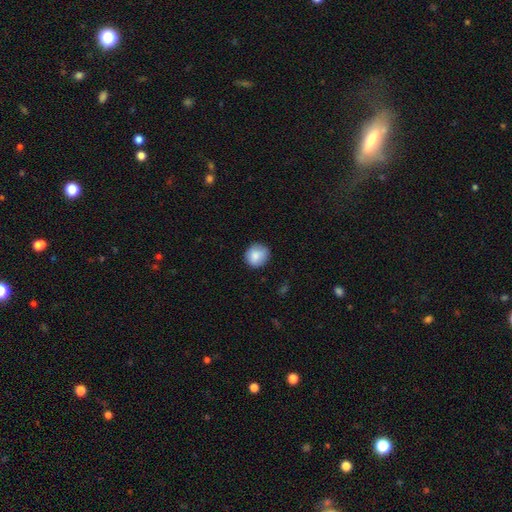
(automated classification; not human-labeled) The model was most divided on "merging": none: 82%, minor disturbance: 14%, major disturbance: 3%, merger: 1%. More confident: smooth or featured — smooth (85%); how rounded — round (84%).